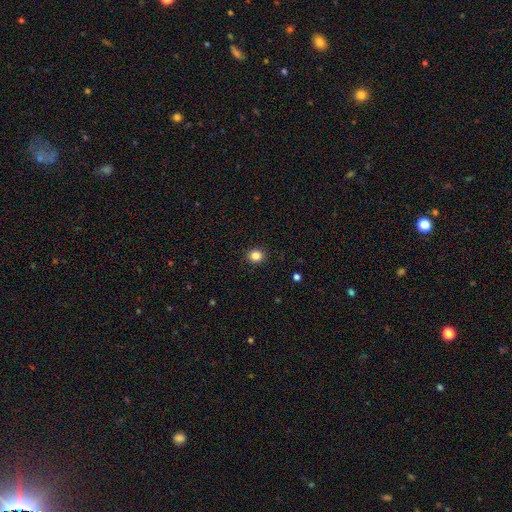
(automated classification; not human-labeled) smooth-or-featured: smooth: 85% | star or artifact: 11% | featured or disk: 4%
  how-rounded: round: 86% | in between: 13% | cigar-shaped: 1%
  merging: none: 92% | minor disturbance: 6% | major disturbance: 2% | merger: 1%